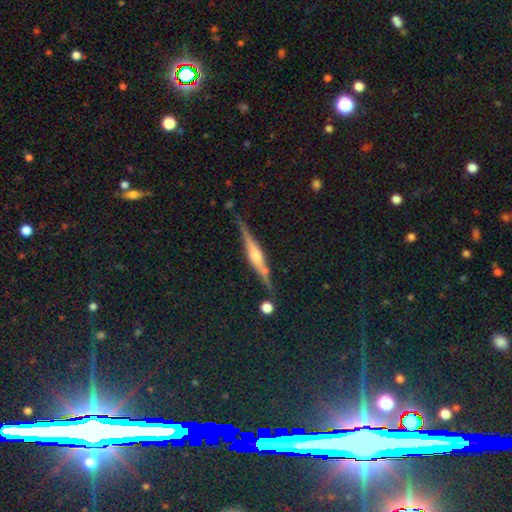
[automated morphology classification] featured or disk 74%, smooth 15%, star or artifact 11%. Down the decision tree: edge-on disk — yes (96%); edge-on bulge — rounded (68%); merging — none (83%).